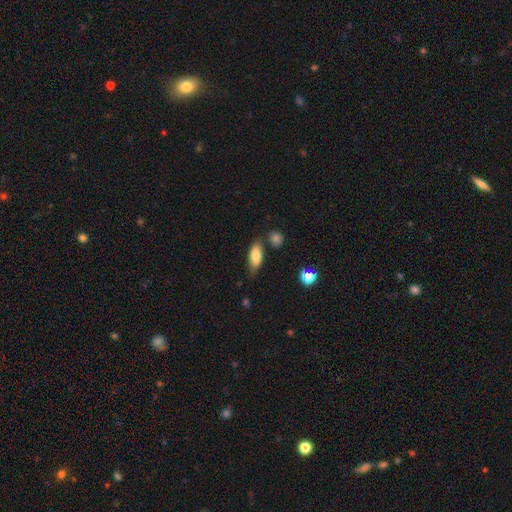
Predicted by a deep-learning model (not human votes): smooth 80%, featured or disk 13%, star or artifact 7%. Down the decision tree: how rounded — in between (80%); merging — none (68%).